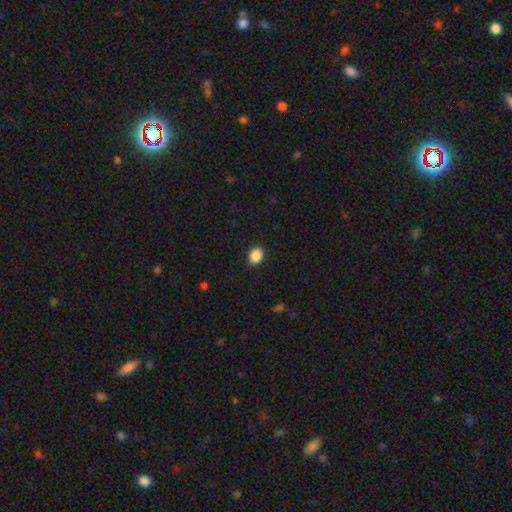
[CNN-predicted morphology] type=smooth (89%); roundness=in between (63%); merging=none (91%).